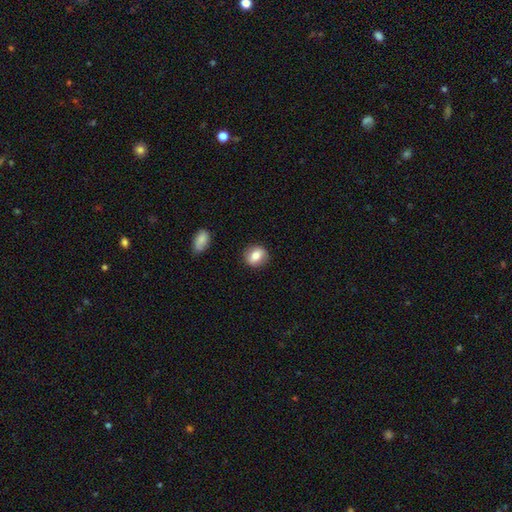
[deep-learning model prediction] Smooth or featured: smooth — 75% (featured or disk — 17%)
How rounded: round — 58% (in between — 40%)
Merging: none — 86% (minor disturbance — 9%)